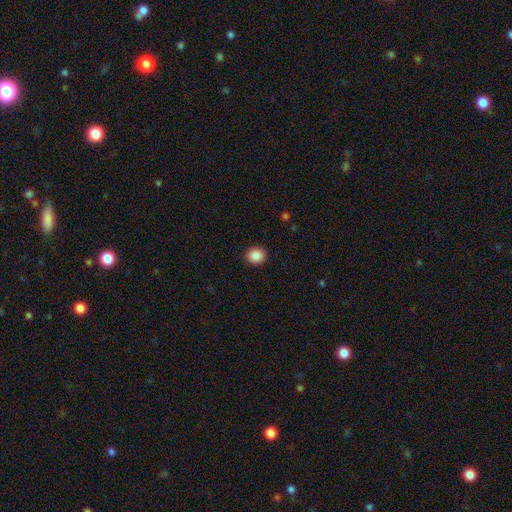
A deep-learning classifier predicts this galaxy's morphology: This is clearly a smooth galaxy (88%). How rounded: clearly round (81%). Merging: clearly none (92%).